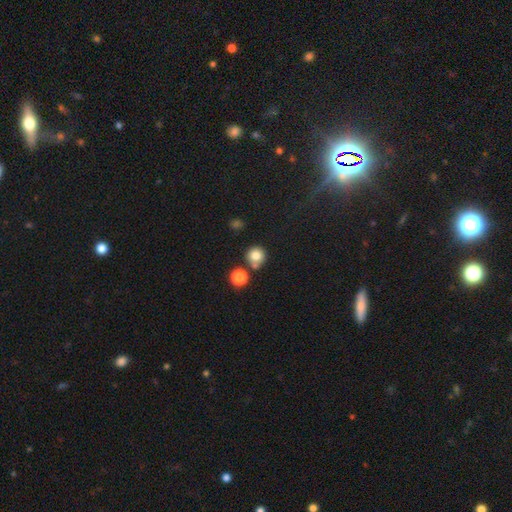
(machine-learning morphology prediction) smooth_or_featured: smooth (p=0.80) [alt: star or artifact p=0.12]
how_rounded: round (p=0.91) [alt: in between p=0.08]
merging: none (p=0.65) [alt: merger p=0.22]